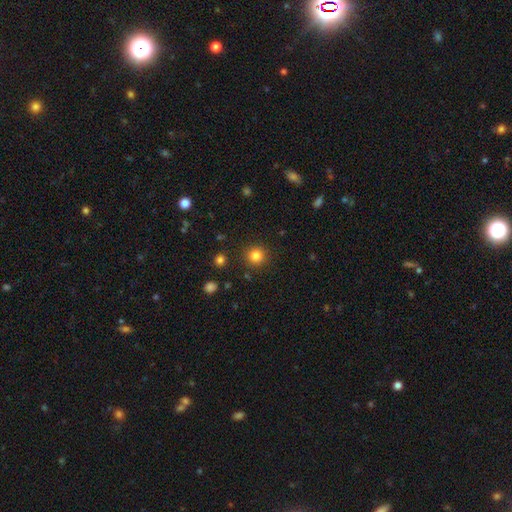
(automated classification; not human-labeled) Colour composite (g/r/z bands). It shows a smooth galaxy with no disk features (83%) that is round (93%). Merging: none (90%).